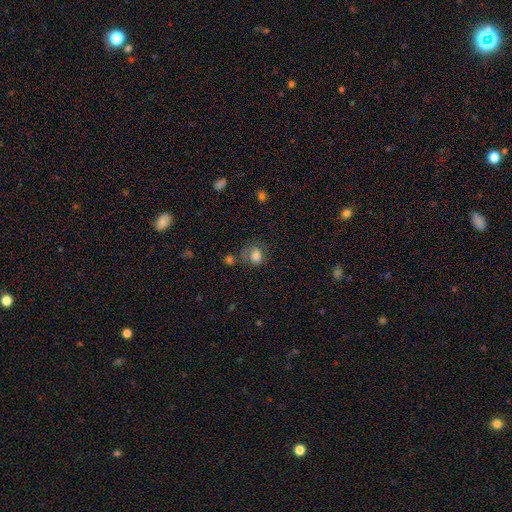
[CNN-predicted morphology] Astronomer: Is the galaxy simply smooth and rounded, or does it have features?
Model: smooth — 78%.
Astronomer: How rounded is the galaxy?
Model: round — 65%.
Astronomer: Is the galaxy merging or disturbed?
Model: none — 47% (runner-up: minor disturbance, 25%).